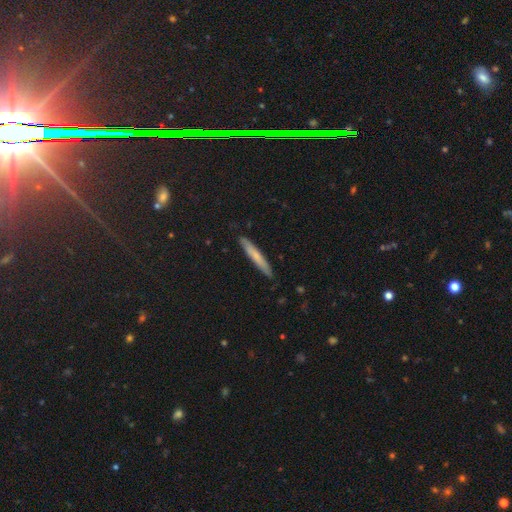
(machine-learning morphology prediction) Smooth or featured: smooth — 66% (featured or disk — 28%)
How rounded: cigar-shaped — 95% (in between — 4%)
Merging: none — 88% (minor disturbance — 9%)